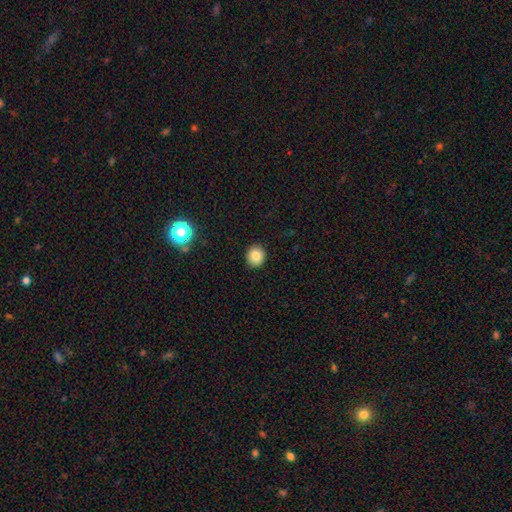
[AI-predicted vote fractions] This is clearly a smooth galaxy (83%). How rounded: clearly round (83%). Merging: clearly none (91%).